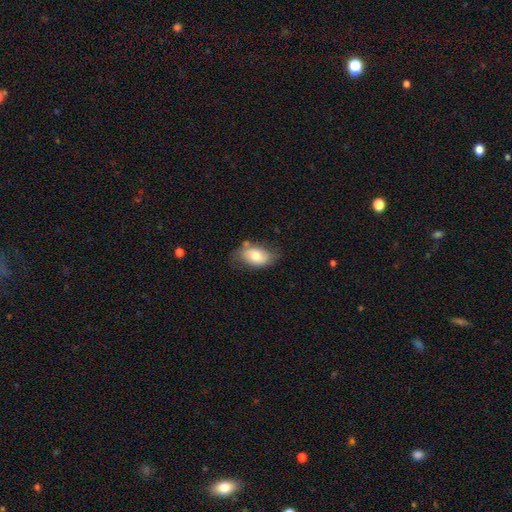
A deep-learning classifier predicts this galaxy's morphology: Smooth or featured: smooth — 72% (featured or disk — 22%)
How rounded: in between — 91% (round — 8%)
Merging: none — 64% (minor disturbance — 25%)